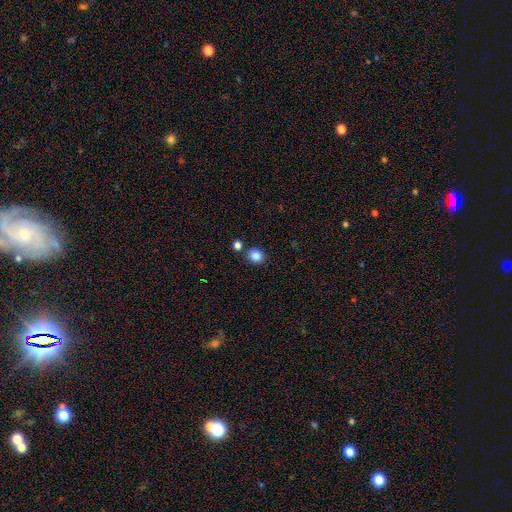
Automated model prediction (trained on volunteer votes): Smooth or featured: smooth — 85% (star or artifact — 11%)
How rounded: round — 78% (in between — 21%)
Merging: none — 79% (merger — 10%)